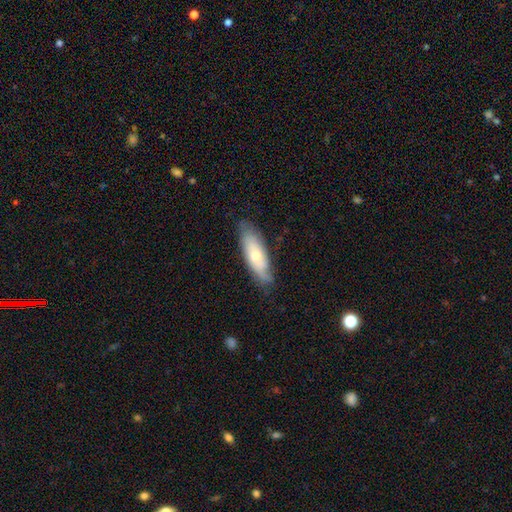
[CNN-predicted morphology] The model was most divided on "smooth or featured": smooth: 53%, featured or disk: 41%, star or artifact: 6%. More confident: merging — none (74%); how rounded — in between (57%).